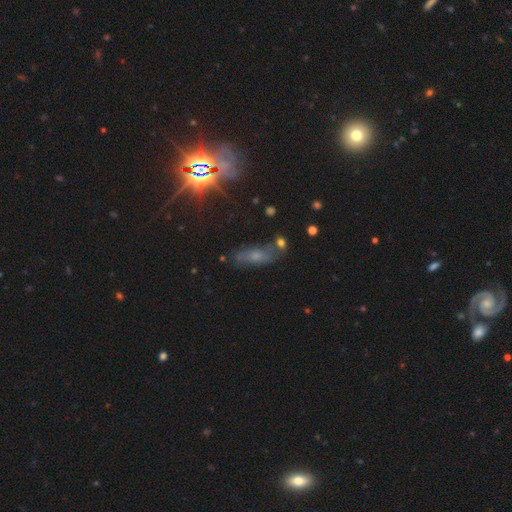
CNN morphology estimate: The model was most divided on "smooth or featured": smooth: 44%, featured or disk: 32%, star or artifact: 24%. More confident: merging — none (63%).